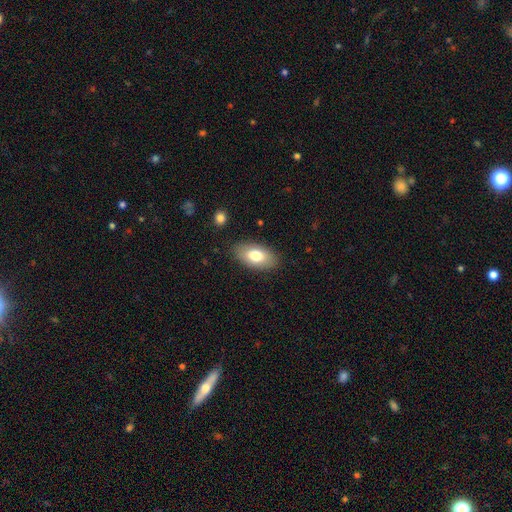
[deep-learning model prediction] Q: Smooth or featured?
A: smooth (76%); runner-up: featured or disk (18%)
Q: How rounded?
A: in between (93%); runner-up: round (4%)
Q: Merging?
A: none (86%); runner-up: minor disturbance (10%)